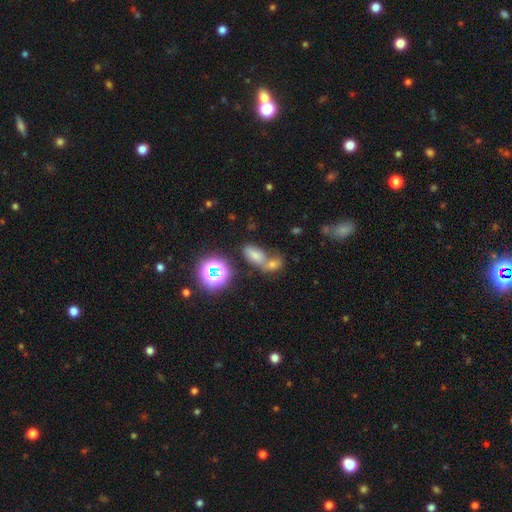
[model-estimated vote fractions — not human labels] Morphology: type=smooth (64%); roundness=in between (85%); merging=merger (53%).